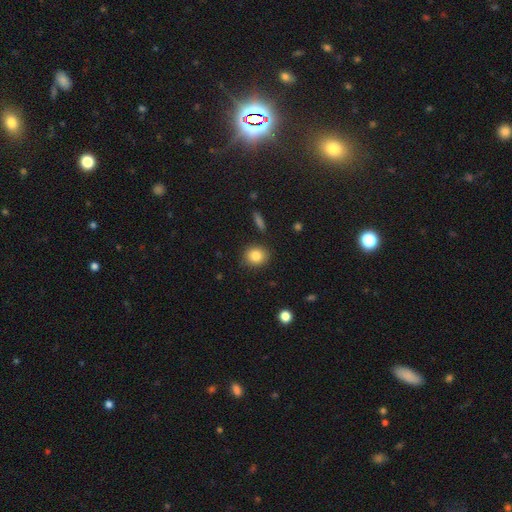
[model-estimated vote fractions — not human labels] Q: Smooth or featured?
A: smooth (85%); runner-up: star or artifact (9%)
Q: How rounded?
A: round (80%); runner-up: in between (18%)
Q: Merging?
A: none (88%); runner-up: minor disturbance (8%)